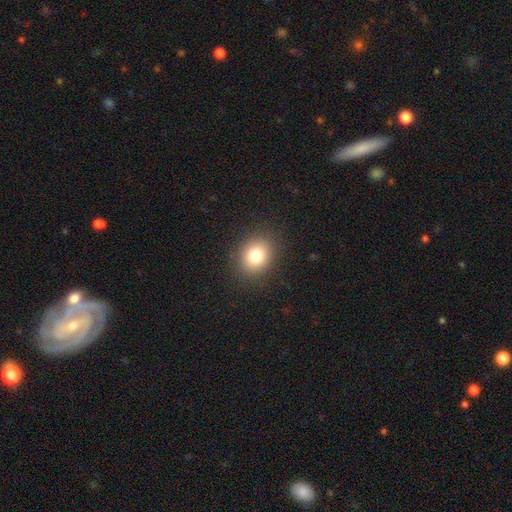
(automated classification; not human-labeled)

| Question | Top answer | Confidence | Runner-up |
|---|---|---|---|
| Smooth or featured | smooth | 79% | star or artifact (12%) |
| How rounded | round | 58% | in between (42%) |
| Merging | none | 88% | minor disturbance (8%) |